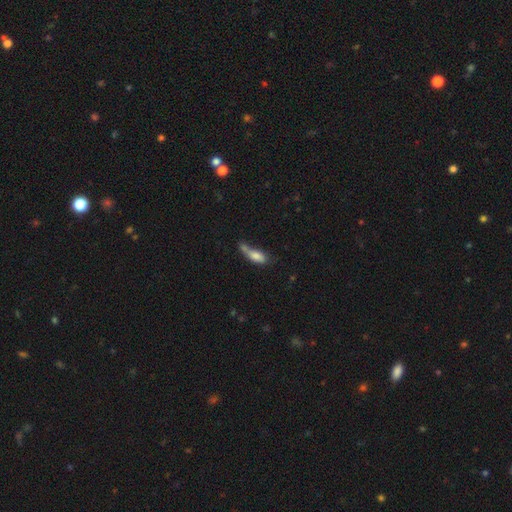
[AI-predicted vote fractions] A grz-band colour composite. It shows a smooth galaxy with no disk features (73%) that is in between round and cigar-shaped (64%). Merging: merger (34%).